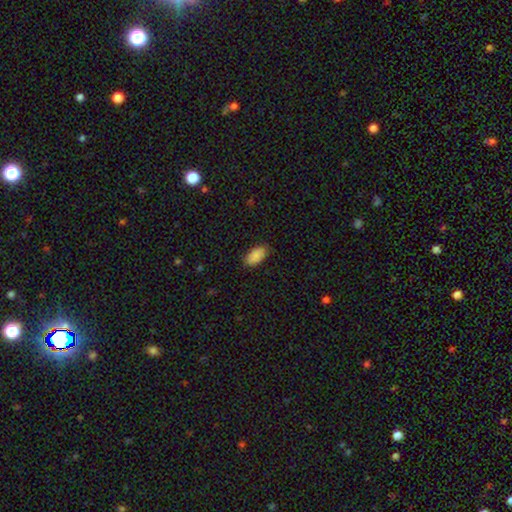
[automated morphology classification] smooth-or-featured: smooth: 88% | star or artifact: 7% | featured or disk: 5%
  how-rounded: in between: 95% | round: 3% | cigar-shaped: 2%
  merging: none: 83% | minor disturbance: 13% | major disturbance: 3% | merger: 1%